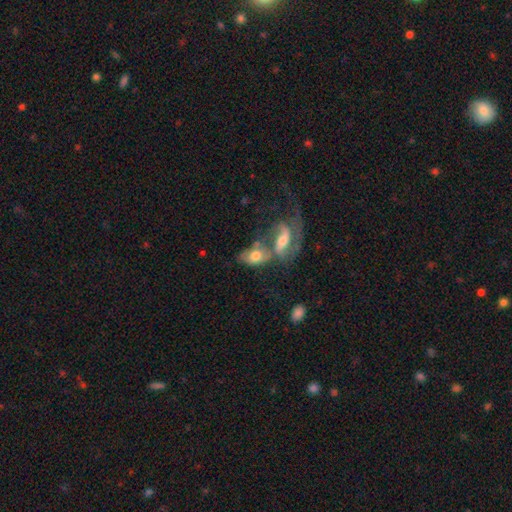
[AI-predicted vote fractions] A smooth galaxy with no disk features (51%) that is in between round and cigar-shaped (87%). Merging: merger (59%).